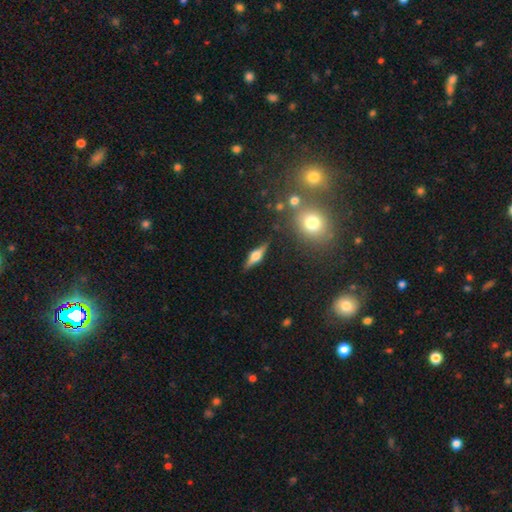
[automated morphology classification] Smooth or featured? featured or disk (68%)
Edge-on disk? yes (96%)
Edge-on bulge? rounded (91%)
Merging? none (87%)